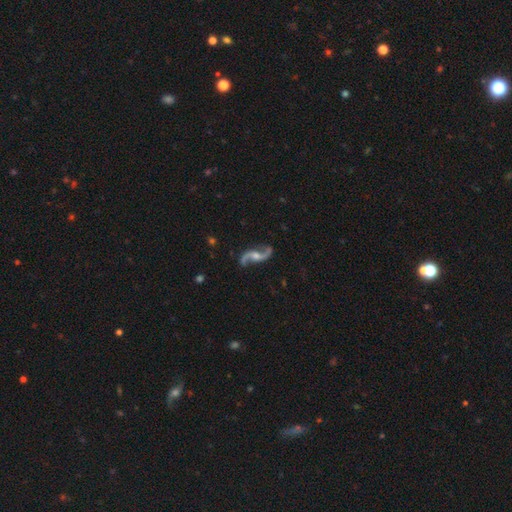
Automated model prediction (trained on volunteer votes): The model was most divided on "bulge size": moderate: 53%, small: 32%, none: 7%, large: 7%, dominant: 2%. More confident: spiral arms — yes (98%); edge-on disk — no (96%); spiral arm count — 2 (95%); smooth or featured — featured or disk (92%); spiral winding — loose (82%); merging — none (81%); bar — no (56%).